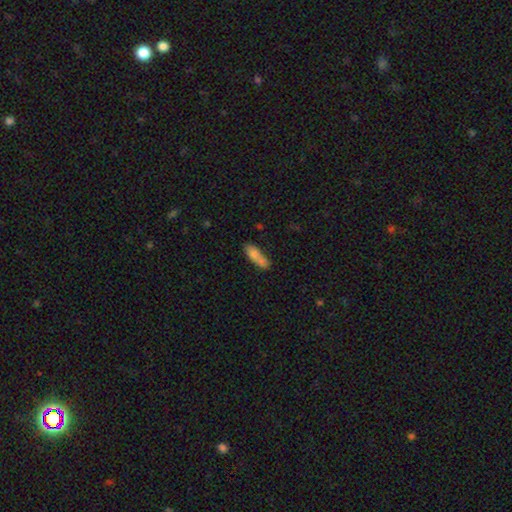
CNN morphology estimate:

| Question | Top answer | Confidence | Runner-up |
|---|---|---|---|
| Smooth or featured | smooth | 76% | featured or disk (16%) |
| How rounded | in between | 55% | cigar-shaped (42%) |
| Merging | none | 49% | merger (24%) |